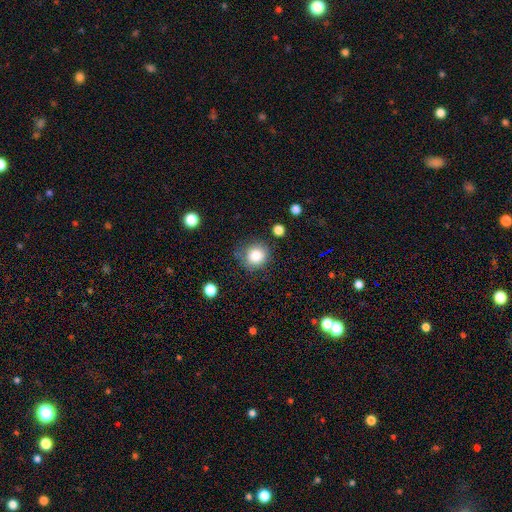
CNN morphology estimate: type=smooth (84%); roundness=round (87%); merging=none (74%).